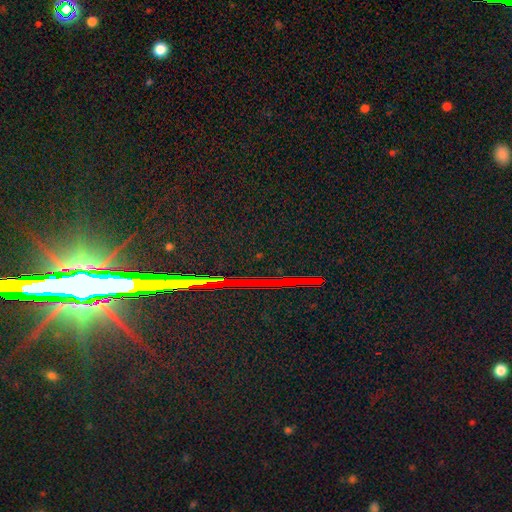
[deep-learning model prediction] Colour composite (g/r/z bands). It shows a star or artifact, not a galaxy (82%).